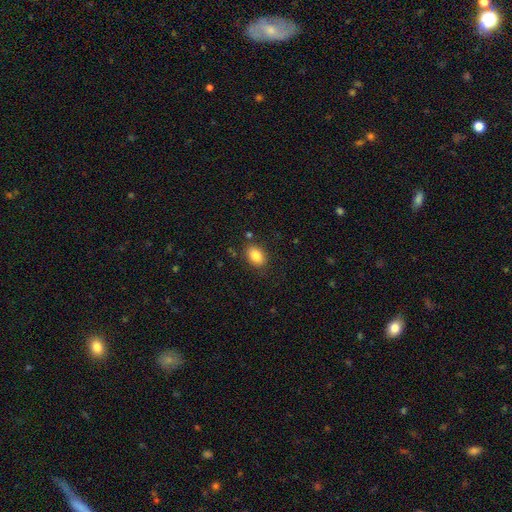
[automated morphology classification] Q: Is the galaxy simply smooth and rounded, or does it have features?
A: smooth — 84%.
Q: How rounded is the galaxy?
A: in between — 84%.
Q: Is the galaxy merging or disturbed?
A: none — 84%.